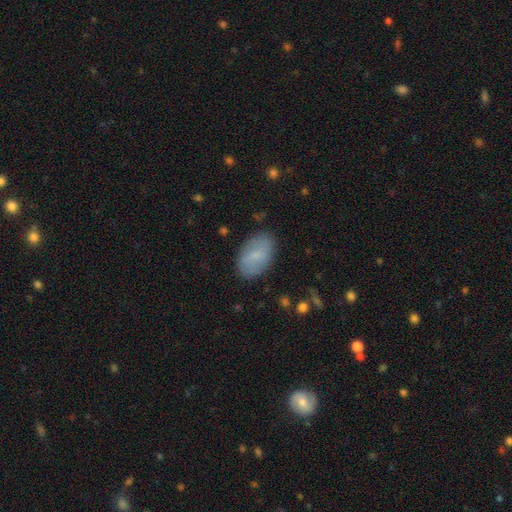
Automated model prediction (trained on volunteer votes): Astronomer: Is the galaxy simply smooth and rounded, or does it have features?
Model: smooth — 71%.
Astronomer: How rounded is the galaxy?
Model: in between — 92%.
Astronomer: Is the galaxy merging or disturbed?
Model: none — 84%.